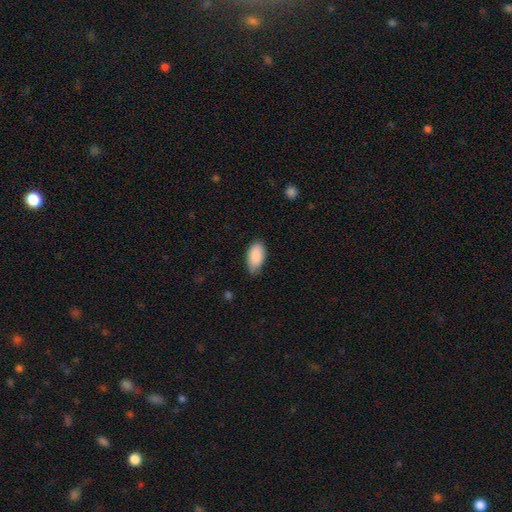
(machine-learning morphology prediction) smooth_or_featured: smooth (p=0.89) [alt: star or artifact p=0.06]
how_rounded: in between (p=0.94) [alt: round p=0.03]
merging: none (p=0.67) [alt: minor disturbance p=0.28]